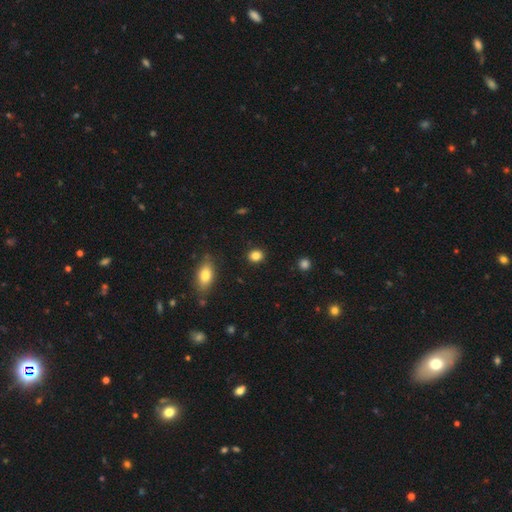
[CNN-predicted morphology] This is clearly a smooth galaxy (85%). How rounded: likely round (68%). Merging: clearly none (89%).